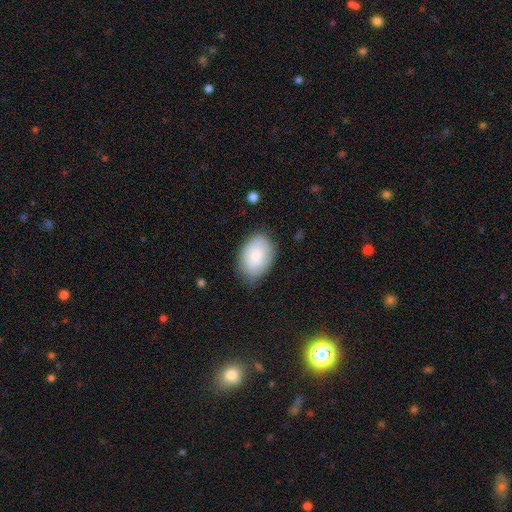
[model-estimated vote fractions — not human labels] This appears to be a smooth galaxy with no disk features (77%) that is in between round and cigar-shaped (84%). Merging: none (77%).